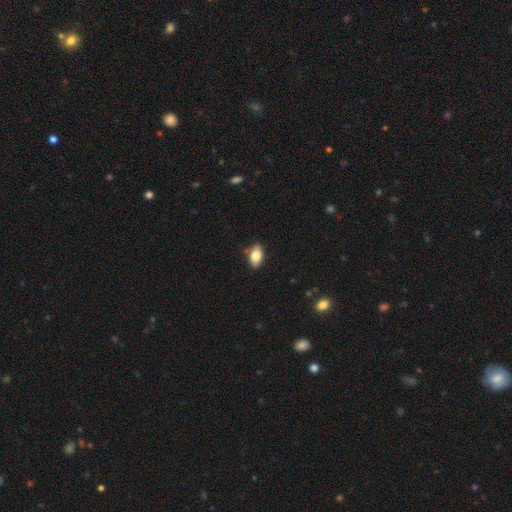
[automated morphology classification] smooth_or_featured: smooth (p=0.81) [alt: featured or disk p=0.12]
how_rounded: in between (p=0.90) [alt: round p=0.06]
merging: none (p=0.79) [alt: minor disturbance p=0.16]